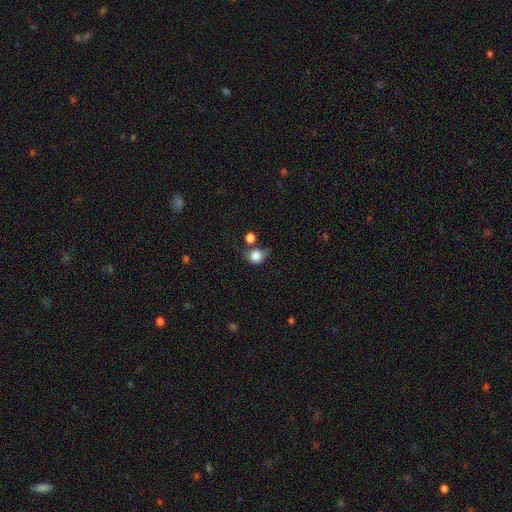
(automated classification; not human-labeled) Q: Smooth or featured?
A: smooth (81%); runner-up: star or artifact (11%)
Q: How rounded?
A: round (72%); runner-up: in between (27%)
Q: Merging?
A: none (44%); runner-up: minor disturbance (24%)